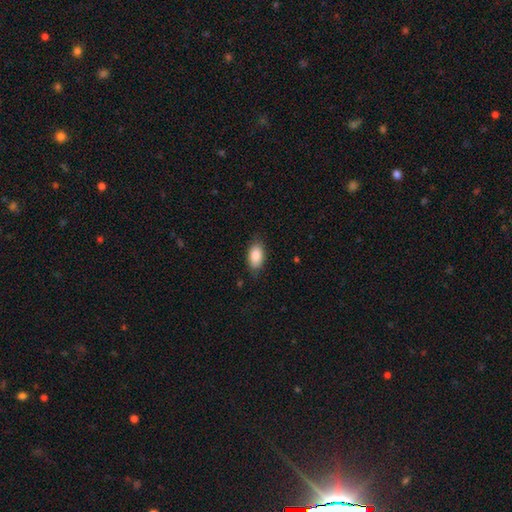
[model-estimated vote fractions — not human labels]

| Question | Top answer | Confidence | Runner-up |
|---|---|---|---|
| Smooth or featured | smooth | 87% | star or artifact (7%) |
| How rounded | in between | 92% | round (5%) |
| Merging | none | 79% | minor disturbance (16%) |